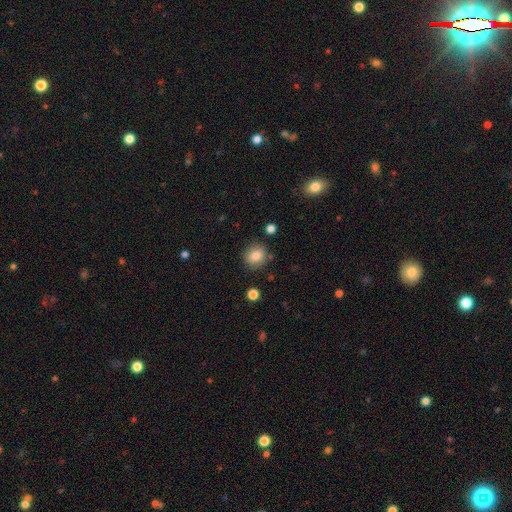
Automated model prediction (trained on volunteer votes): Overall: smooth (85%). How rounded: round (79%). Merging: none (85%).